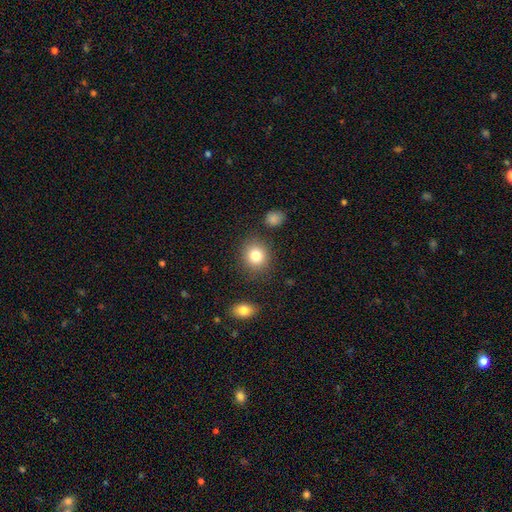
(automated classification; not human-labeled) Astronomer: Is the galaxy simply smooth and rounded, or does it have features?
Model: smooth — 82%.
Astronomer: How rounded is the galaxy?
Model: round — 78%.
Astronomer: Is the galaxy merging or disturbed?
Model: none — 84%.